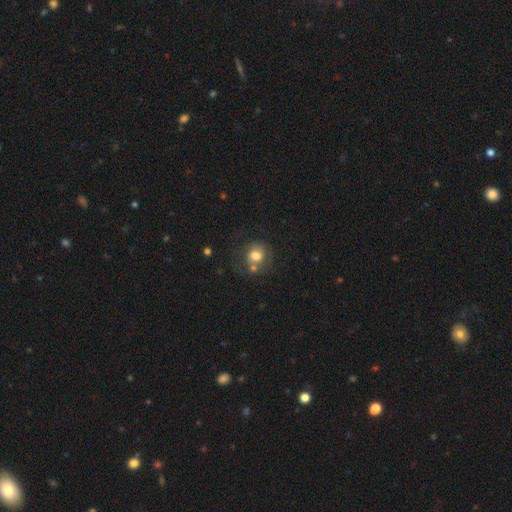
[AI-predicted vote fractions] Morphology: type=smooth (69%); roundness=round (80%); merging=none (54%).